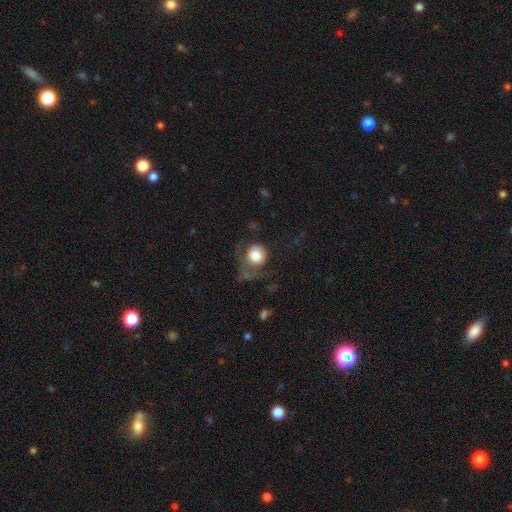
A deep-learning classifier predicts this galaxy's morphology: Smooth or featured: smooth — 76% (featured or disk — 16%)
How rounded: round — 84% (in between — 15%)
Merging: none — 37% (tied with major disturbance — 37%)